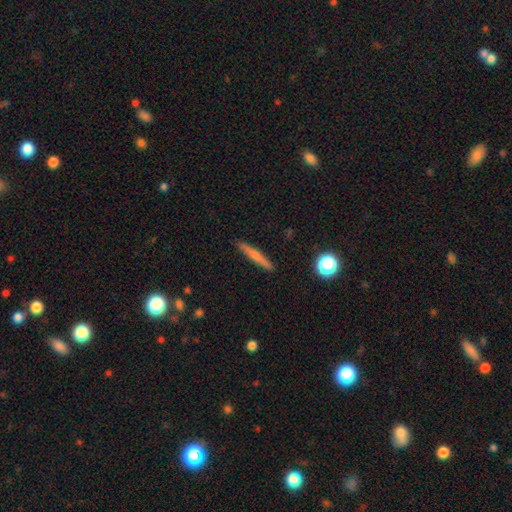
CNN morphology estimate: Smooth or featured? smooth (56%)
How rounded? cigar-shaped (93%)
Merging? none (91%)